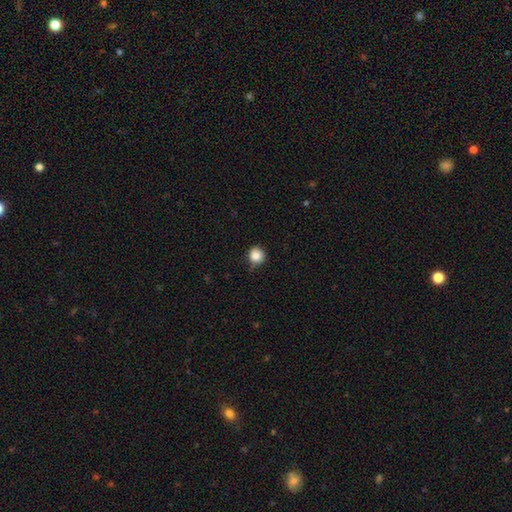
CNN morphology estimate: Q: Smooth or featured?
A: smooth (85%); runner-up: star or artifact (11%)
Q: How rounded?
A: round (92%); runner-up: in between (7%)
Q: Merging?
A: none (78%); runner-up: minor disturbance (18%)